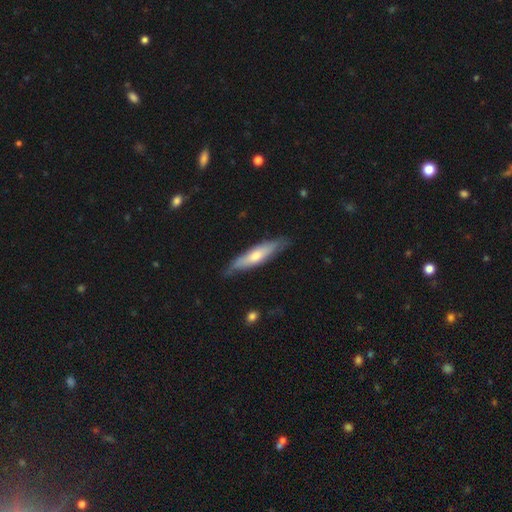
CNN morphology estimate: Smooth or featured: smooth — 52% (featured or disk — 43%)
How rounded: cigar-shaped — 78% (in between — 20%)
Merging: none — 76% (minor disturbance — 19%)